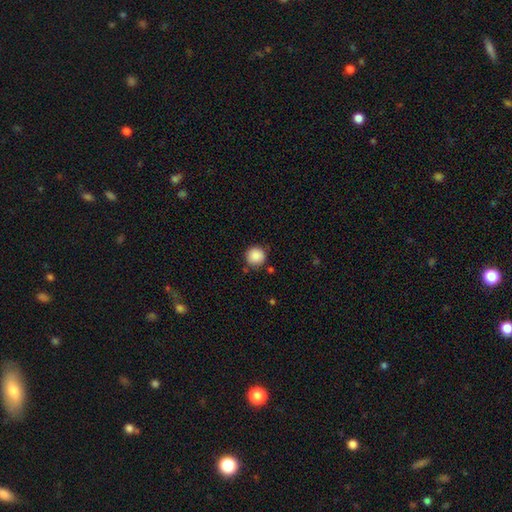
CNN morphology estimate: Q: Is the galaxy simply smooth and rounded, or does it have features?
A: smooth — 88%.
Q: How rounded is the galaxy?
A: round — 94%.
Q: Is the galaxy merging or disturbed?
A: none — 83%.